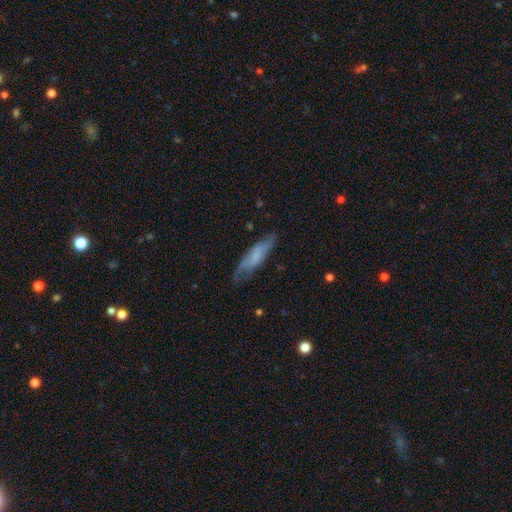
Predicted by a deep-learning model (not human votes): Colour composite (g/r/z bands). It shows a smooth galaxy with no disk features (55%) that is cigar-shaped (66%). Merging: none (69%).